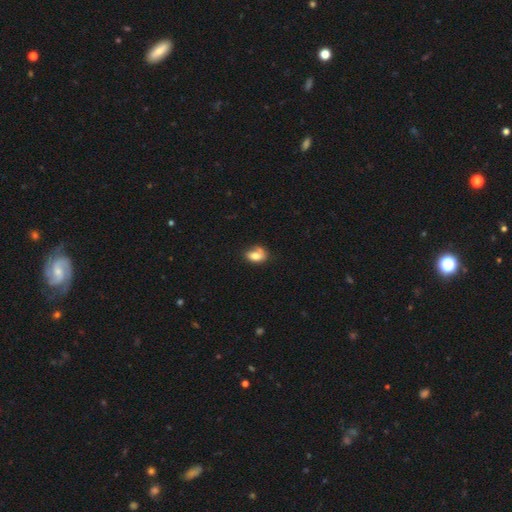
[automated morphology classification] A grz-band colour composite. It shows a smooth galaxy with no disk features (76%) that is in between round and cigar-shaped (83%). Merging: none (45%).